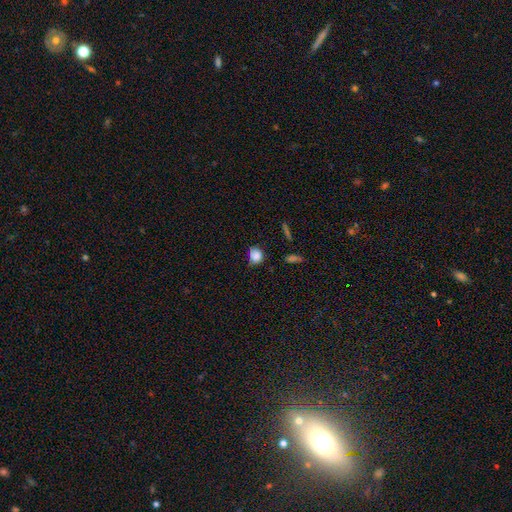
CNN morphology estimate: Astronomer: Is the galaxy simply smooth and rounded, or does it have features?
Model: smooth — 84%.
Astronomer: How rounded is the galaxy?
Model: round — 71%.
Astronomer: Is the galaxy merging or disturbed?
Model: none — 61%.